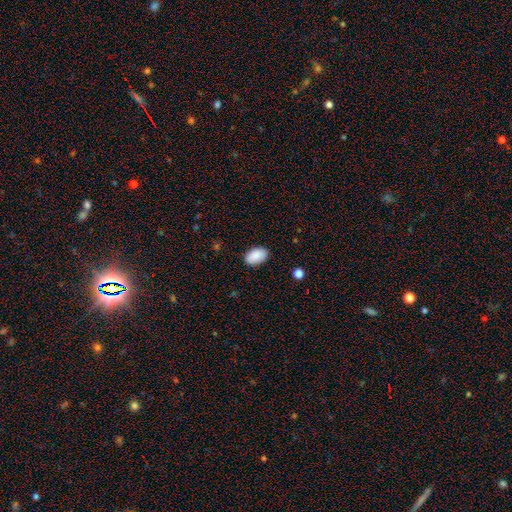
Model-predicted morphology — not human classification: The model was most divided on "merging": none: 87%, minor disturbance: 10%, major disturbance: 2%, merger: 1%. More confident: how rounded — in between (92%); smooth or featured — smooth (90%).